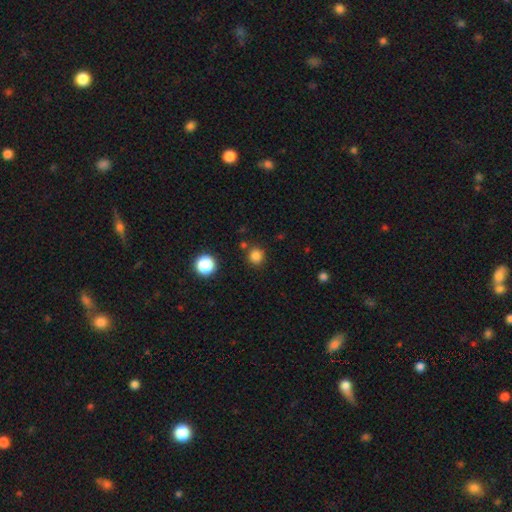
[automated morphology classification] A smooth galaxy with no disk features (82%) that is round (91%). Merging: none (84%).